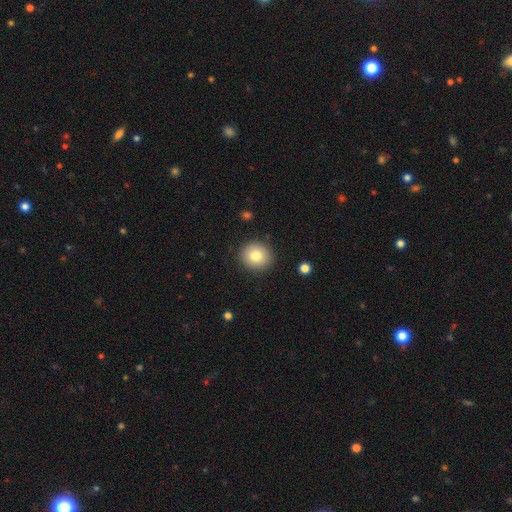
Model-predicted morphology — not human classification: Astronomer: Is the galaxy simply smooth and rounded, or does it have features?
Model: smooth — 80%.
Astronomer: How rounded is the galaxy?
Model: round — 88%.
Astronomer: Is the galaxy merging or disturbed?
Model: none — 90%.